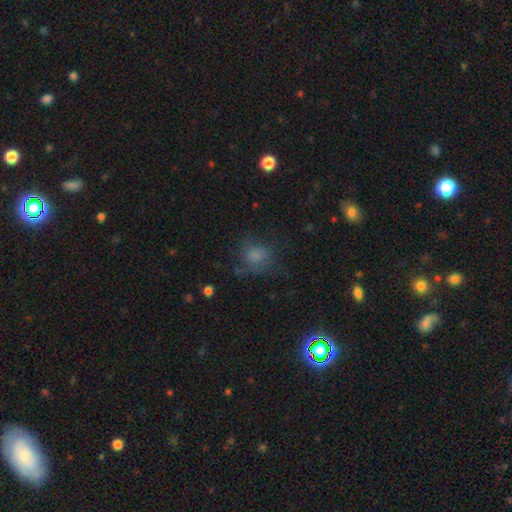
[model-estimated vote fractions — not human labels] Smooth or featured? Predicted: smooth (p=0.69). How rounded? Predicted: round (p=0.72). Merging? Predicted: none (p=0.55).